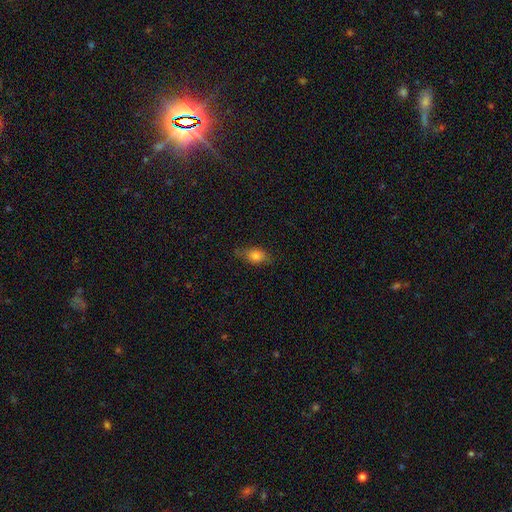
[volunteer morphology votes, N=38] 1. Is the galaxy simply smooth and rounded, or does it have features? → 71% smooth, 24% featured or disk, 5% star or artifact.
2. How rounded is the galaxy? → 93% in between, 7% round, 0% cigar-shaped.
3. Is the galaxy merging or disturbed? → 61% none, 36% minor disturbance, 3% major disturbance, 0% merger.